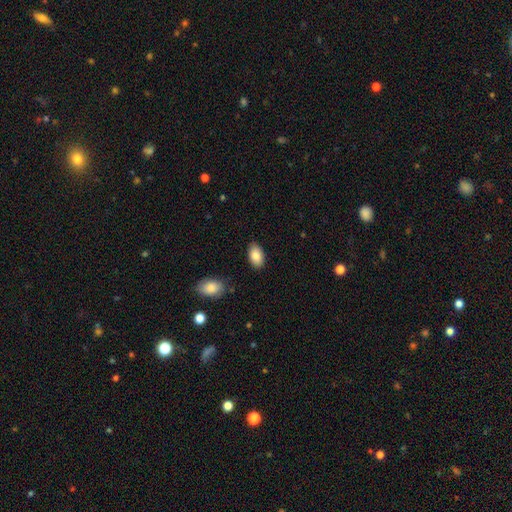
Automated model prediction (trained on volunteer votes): Smooth or featured?
  - smooth: 84% *
  - featured or disk: 9%
  - star or artifact: 7%
How rounded?
  - in between: 93% *
  - round: 5%
  - cigar-shaped: 1%
Merging?
  - none: 86% *
  - minor disturbance: 10%
  - major disturbance: 2%
  - merger: 2%